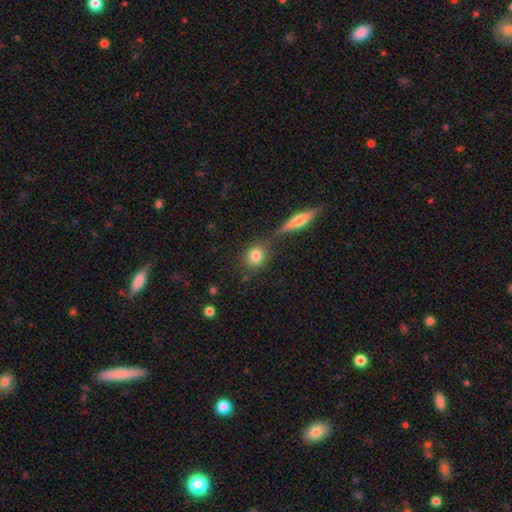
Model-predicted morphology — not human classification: The model was most divided on "how rounded": round: 63%, in between: 34%, cigar-shaped: 4%. More confident: smooth or featured — smooth (79%); merging — none (69%).